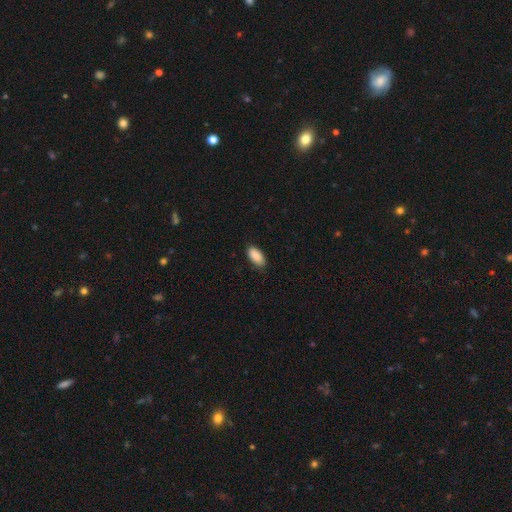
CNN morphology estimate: Overall: smooth (90%). How rounded: in between (92%). Merging: none (83%).